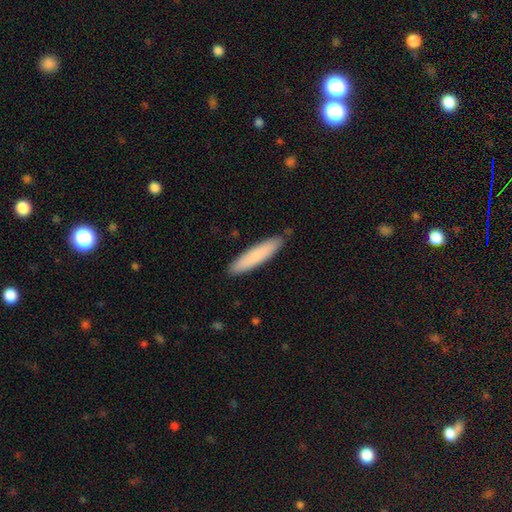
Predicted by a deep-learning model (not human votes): A smooth galaxy with no disk features (79%) that is cigar-shaped (83%). Merging: none (87%).